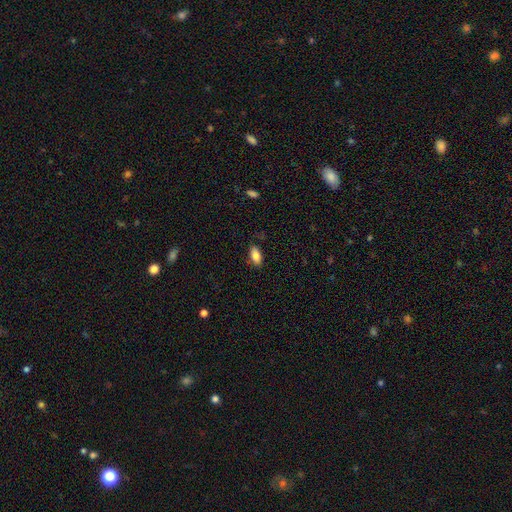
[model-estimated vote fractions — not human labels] Smooth or featured? smooth (83%)
How rounded? in between (90%)
Merging? none (83%)